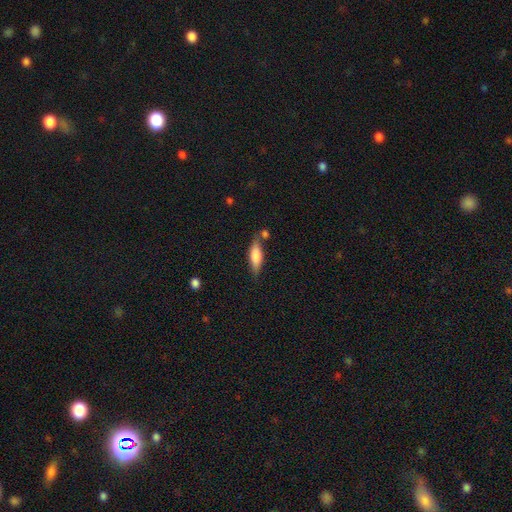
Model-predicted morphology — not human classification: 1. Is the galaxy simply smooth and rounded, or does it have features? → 70% smooth, 24% featured or disk, 7% star or artifact.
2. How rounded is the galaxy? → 49% in between (tied), 49% cigar-shaped (tied), 2% round.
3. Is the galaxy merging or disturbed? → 68% none, 17% minor disturbance, 11% merger, 4% major disturbance.